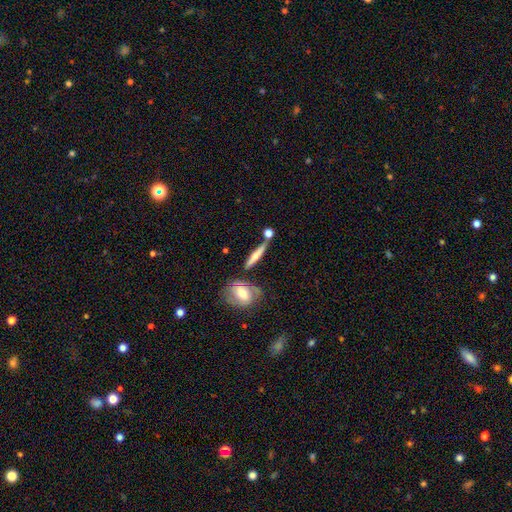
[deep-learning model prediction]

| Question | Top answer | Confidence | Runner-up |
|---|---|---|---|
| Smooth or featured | featured or disk | 47% | smooth (46%) |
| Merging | none | 70% | minor disturbance (14%) |